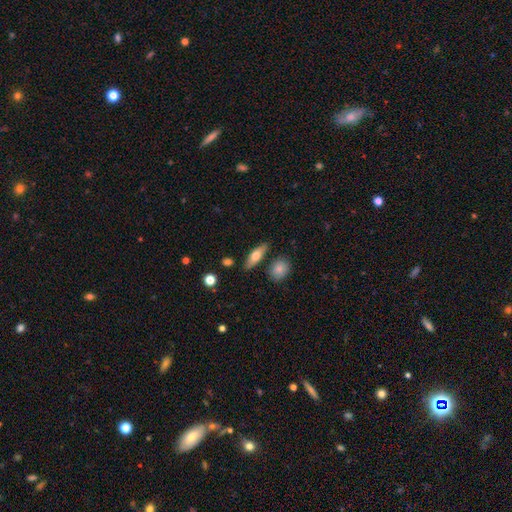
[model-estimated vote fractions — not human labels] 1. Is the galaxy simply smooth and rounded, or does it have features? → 62% smooth, 31% featured or disk, 6% star or artifact.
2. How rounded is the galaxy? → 56% in between, 40% cigar-shaped, 4% round.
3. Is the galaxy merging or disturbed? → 80% none, 11% minor disturbance, 5% merger, 3% major disturbance.